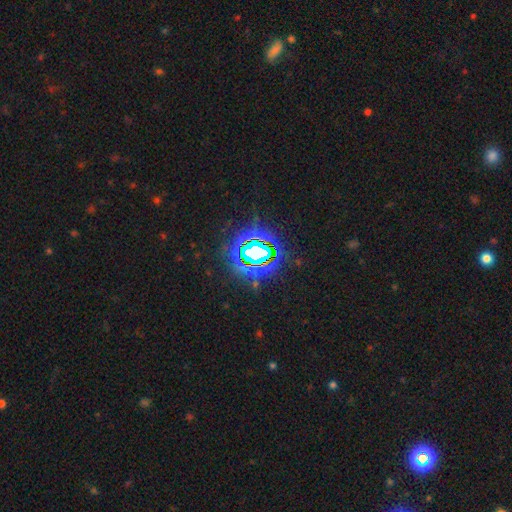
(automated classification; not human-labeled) The model was most divided on "smooth or featured": star or artifact: 78%, smooth: 12%, featured or disk: 11%.